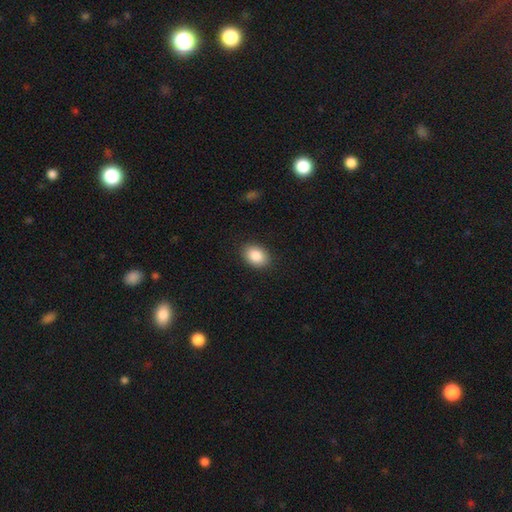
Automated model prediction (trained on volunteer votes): Overall: smooth (88%). How rounded: in between (78%). Merging: none (89%).